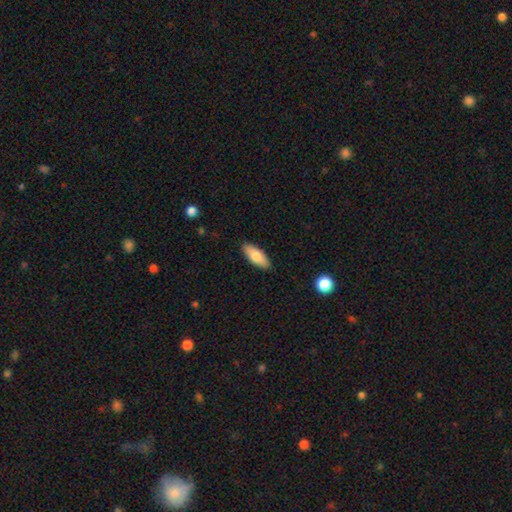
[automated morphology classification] Overall: smooth (78%). How rounded: in between (78%). Merging: none (89%).